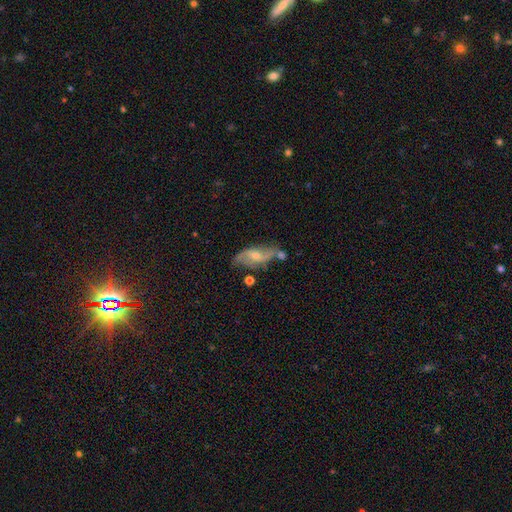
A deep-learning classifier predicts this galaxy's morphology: type=featured or disk (70%); edge-on=no (87%); bar=no (51%); spiral arms=yes (86%); winding=loose (49%); arm count=2 (79%); bulge=small (51%); merging=none (57%).